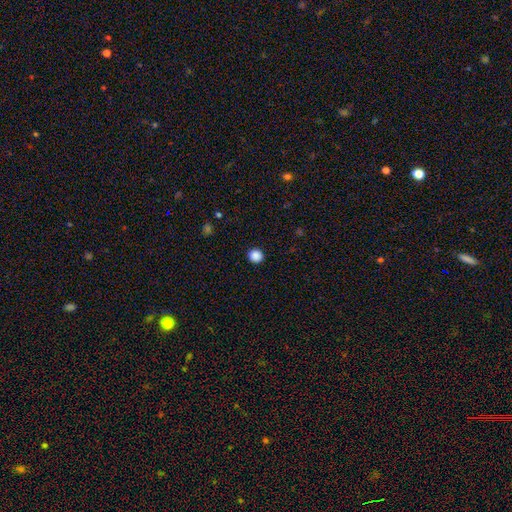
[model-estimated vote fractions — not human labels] Q: Smooth or featured?
A: smooth (87%); runner-up: star or artifact (10%)
Q: How rounded?
A: round (91%); runner-up: in between (8%)
Q: Merging?
A: none (92%); runner-up: minor disturbance (5%)